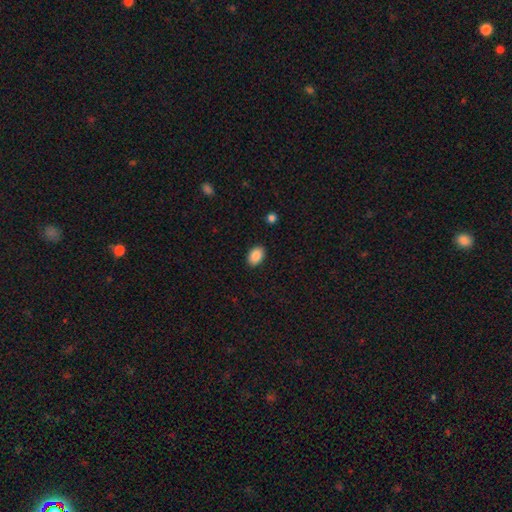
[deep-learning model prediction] Morphology: type=smooth (88%); roundness=in between (84%); merging=none (89%).